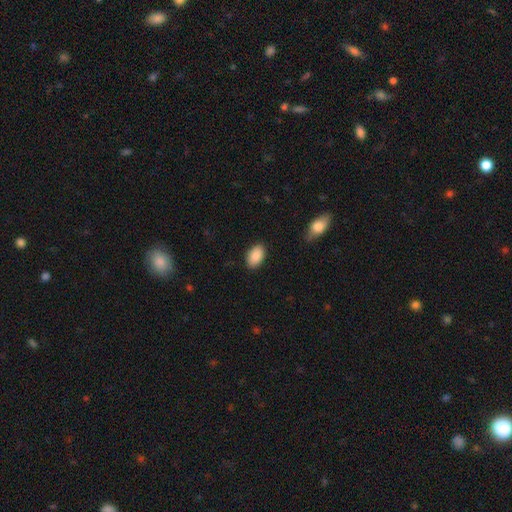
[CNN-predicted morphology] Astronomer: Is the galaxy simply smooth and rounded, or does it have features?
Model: smooth — 90%.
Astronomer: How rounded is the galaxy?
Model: in between — 92%.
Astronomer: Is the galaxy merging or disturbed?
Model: none — 87%.